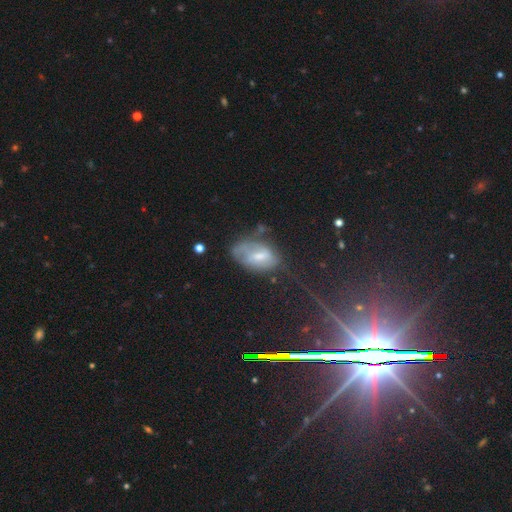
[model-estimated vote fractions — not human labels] This is possibly a featured or disk galaxy (47%). Merging: possibly none (55%).